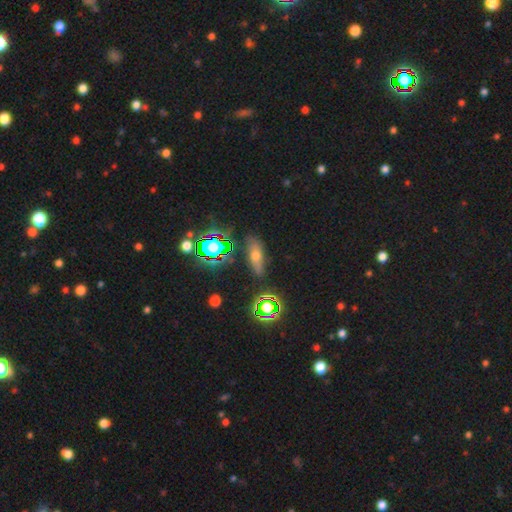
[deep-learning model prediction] Smooth or featured?
  - smooth: 48% *
  - star or artifact: 28%
  - featured or disk: 23%
Merging?
  - none: 80% *
  - minor disturbance: 13%
  - major disturbance: 4%
  - merger: 3%